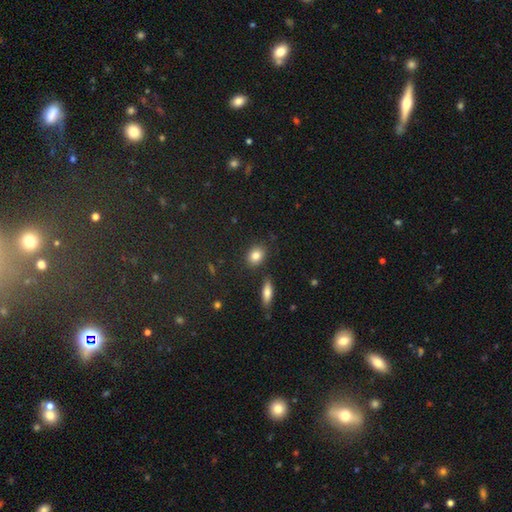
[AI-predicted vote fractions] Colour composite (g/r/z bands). It shows a smooth galaxy with no disk features (83%) that is in between round and cigar-shaped (52%). Merging: none (83%).